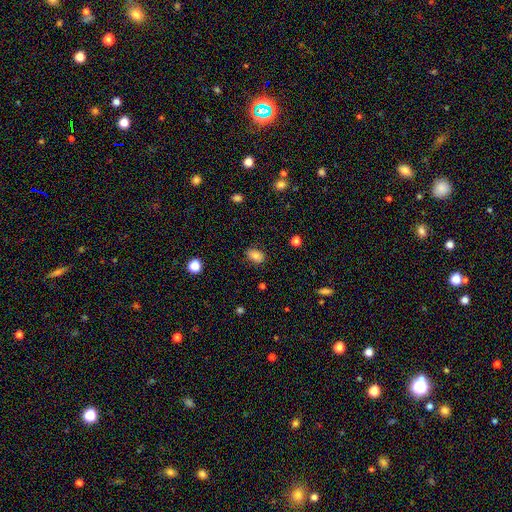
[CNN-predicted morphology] Overall: smooth (81%). How rounded: in between (77%). Merging: none (83%).